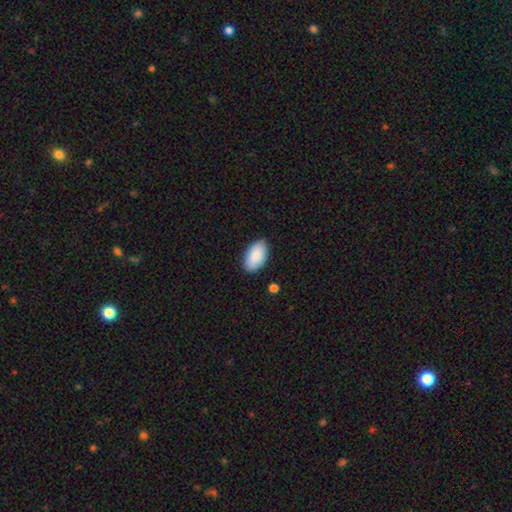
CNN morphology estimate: Smooth or featured? Predicted: smooth (p=0.88). How rounded? Predicted: in between (p=0.95). Merging? Predicted: none (p=0.86).